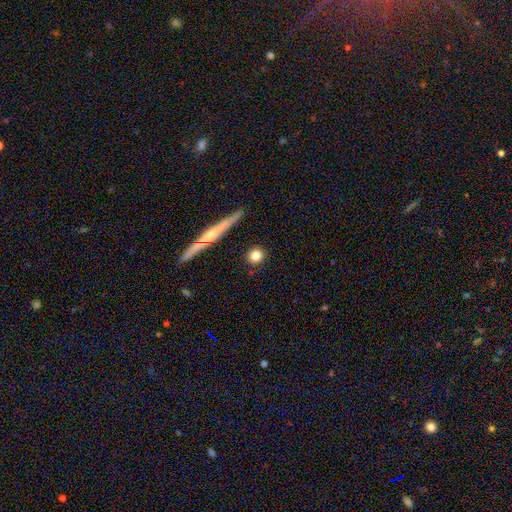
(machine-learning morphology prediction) Smooth or featured? Predicted: smooth (p=0.79). How rounded? Predicted: round (p=0.91). Merging? Predicted: none (p=0.89).